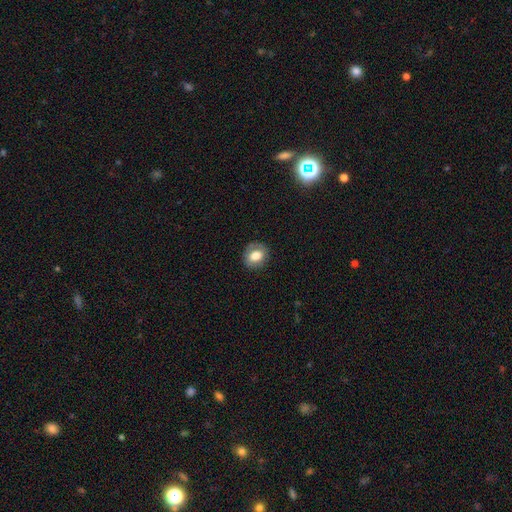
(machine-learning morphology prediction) The model was most divided on "how rounded": round: 61%, in between: 38%, cigar-shaped: 1%. More confident: merging — none (82%); smooth or featured — smooth (72%).